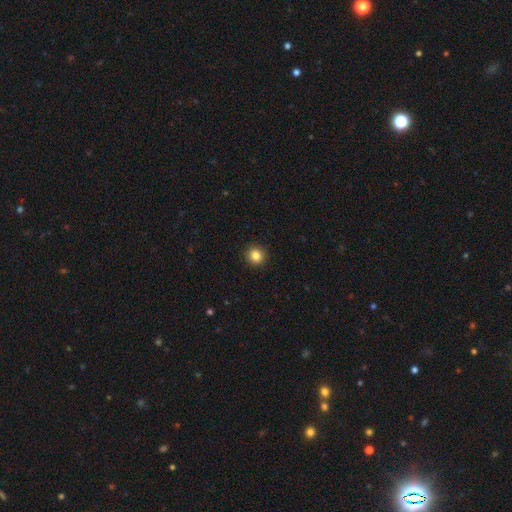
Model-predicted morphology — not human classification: Smooth or featured?
  - smooth: 85% *
  - star or artifact: 11%
  - featured or disk: 5%
How rounded?
  - round: 92% *
  - in between: 7%
  - cigar-shaped: 1%
Merging?
  - none: 93% *
  - minor disturbance: 5%
  - major disturbance: 2%
  - merger: 1%